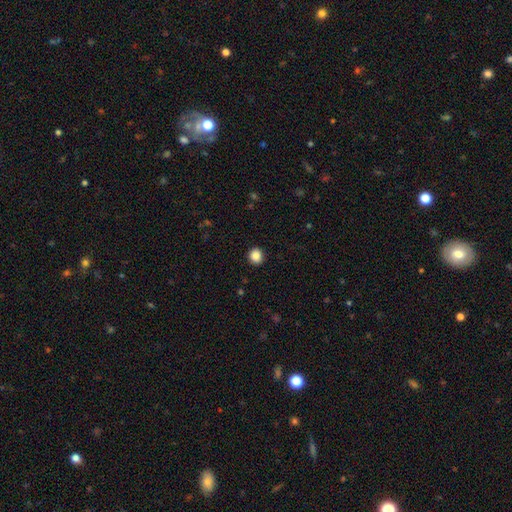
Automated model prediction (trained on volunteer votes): The model was most divided on "how rounded": round: 86%, in between: 13%, cigar-shaped: 1%. More confident: merging — none (92%); smooth or featured — smooth (86%).